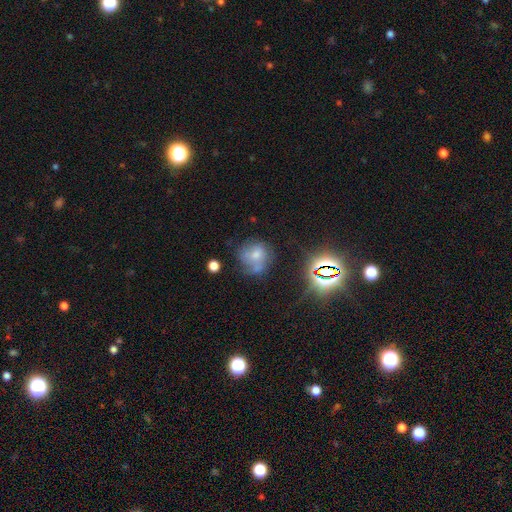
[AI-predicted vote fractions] This appears to be a smooth galaxy with no disk features (51%) that is round (74%). Merging: none (41%).